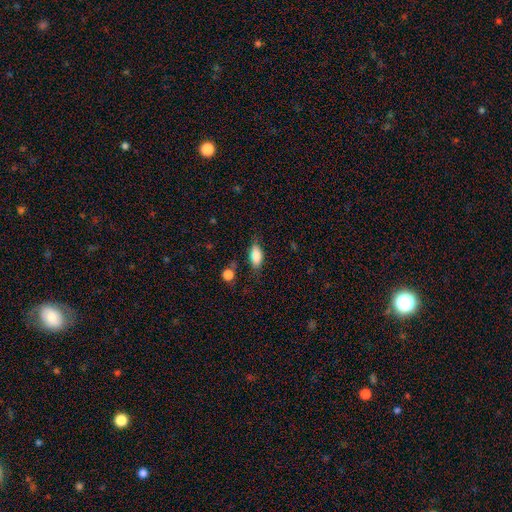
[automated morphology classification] smooth 83%, featured or disk 10%, star or artifact 7%. Down the decision tree: how rounded — in between (87%); merging — none (72%).